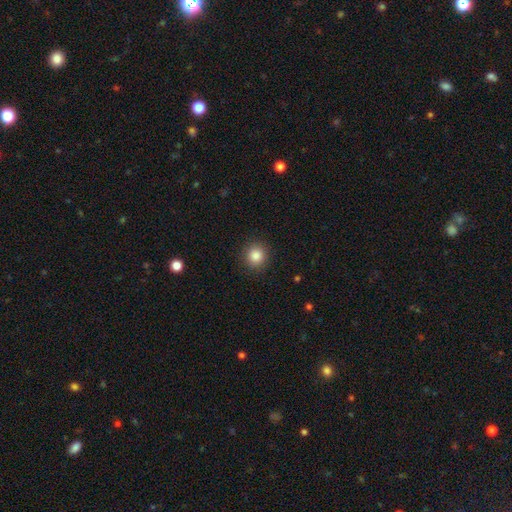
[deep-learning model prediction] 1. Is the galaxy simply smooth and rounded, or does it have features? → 85% smooth, 10% star or artifact, 5% featured or disk.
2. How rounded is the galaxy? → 91% round, 8% in between, 1% cigar-shaped.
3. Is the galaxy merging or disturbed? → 91% none, 6% minor disturbance, 2% major disturbance, 1% merger.